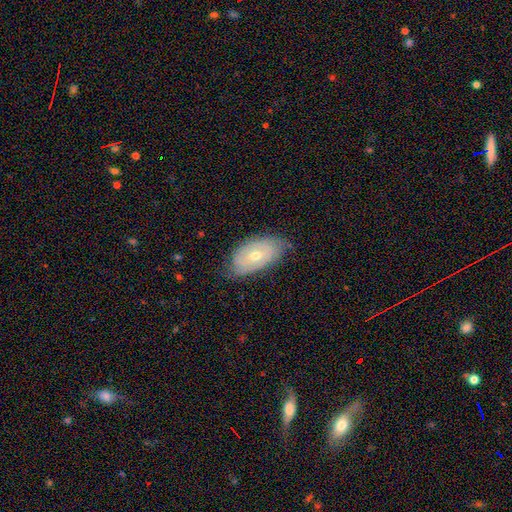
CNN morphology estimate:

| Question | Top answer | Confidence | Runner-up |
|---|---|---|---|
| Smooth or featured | featured or disk | 60% | smooth (33%) |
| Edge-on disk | no | 90% | yes (10%) |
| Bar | no | 71% | weak (23%) |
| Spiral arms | yes | 65% | no (35%) |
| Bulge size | moderate | 58% | small (38%) |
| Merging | none | 71% | minor disturbance (23%) |